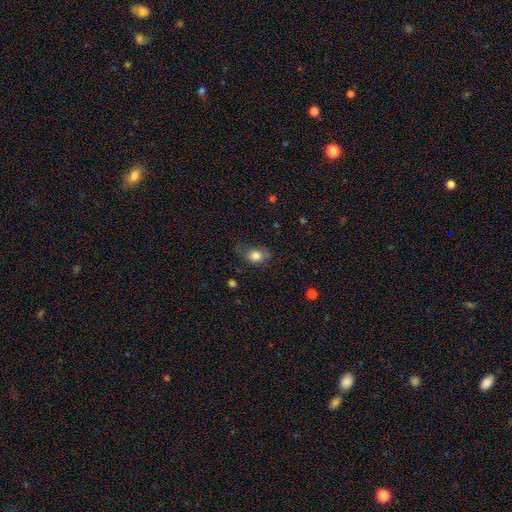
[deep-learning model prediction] Q: Smooth or featured?
A: smooth (82%); runner-up: star or artifact (9%)
Q: How rounded?
A: in between (60%); runner-up: round (39%)
Q: Merging?
A: none (57%); runner-up: minor disturbance (30%)